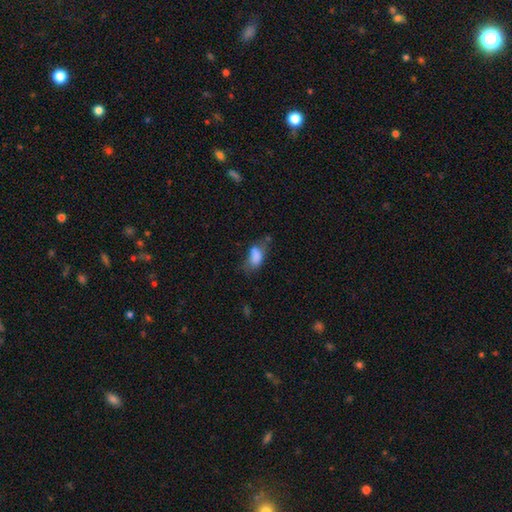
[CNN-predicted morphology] A smooth galaxy with no disk features (78%) that is in between round and cigar-shaped (89%). Merging: none (34%).